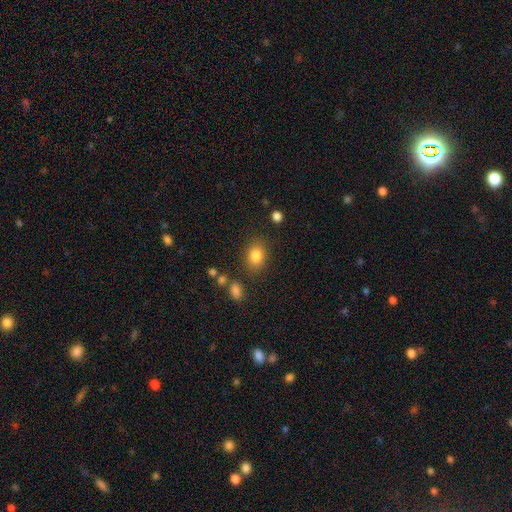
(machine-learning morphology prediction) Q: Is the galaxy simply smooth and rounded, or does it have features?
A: smooth — 84%.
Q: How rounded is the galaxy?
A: in between — 61%.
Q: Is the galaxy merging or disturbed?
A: none — 81%.